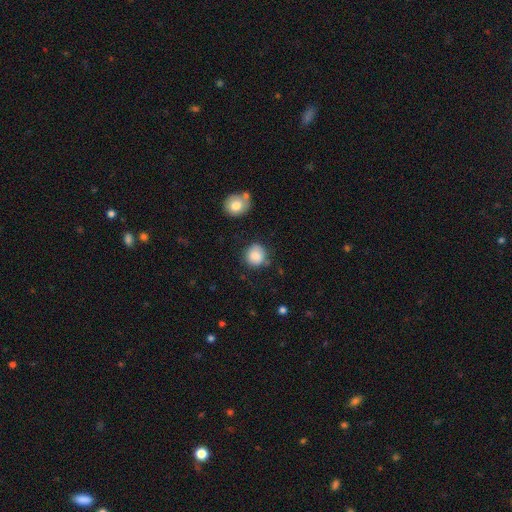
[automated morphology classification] A smooth galaxy with no disk features (86%) that is round (87%).

Vote fractions:
- Smooth or featured? smooth: 86% / star or artifact: 8% / featured or disk: 6%
- How rounded? round: 87% / in between: 12% / cigar-shaped: 1%
- Merging? none: 73% / minor disturbance: 18% / major disturbance: 5% / merger: 4%